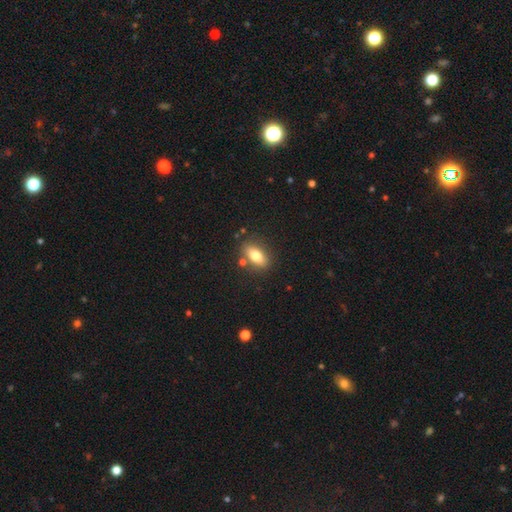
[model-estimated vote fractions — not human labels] smooth_or_featured: smooth (p=0.77) [alt: featured or disk p=0.15]
how_rounded: in between (p=0.85) [alt: cigar-shaped p=0.09]
merging: none (p=0.80) [alt: minor disturbance p=0.11]